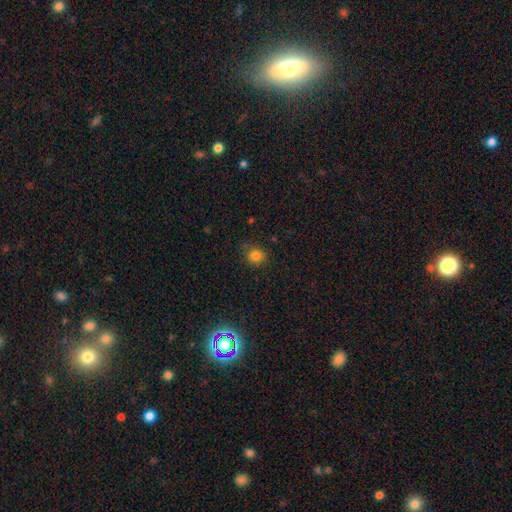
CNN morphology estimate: This is clearly a smooth galaxy (82%). How rounded: clearly round (88%). Merging: clearly none (86%).